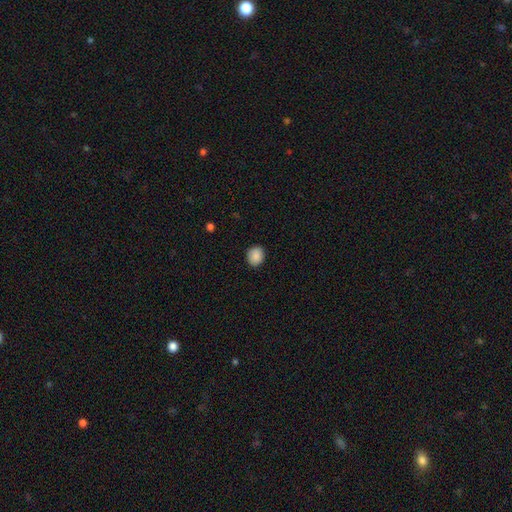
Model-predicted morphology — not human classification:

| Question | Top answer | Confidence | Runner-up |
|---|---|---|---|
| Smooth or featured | smooth | 89% | star or artifact (8%) |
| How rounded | round | 69% | in between (30%) |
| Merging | none | 89% | minor disturbance (8%) |